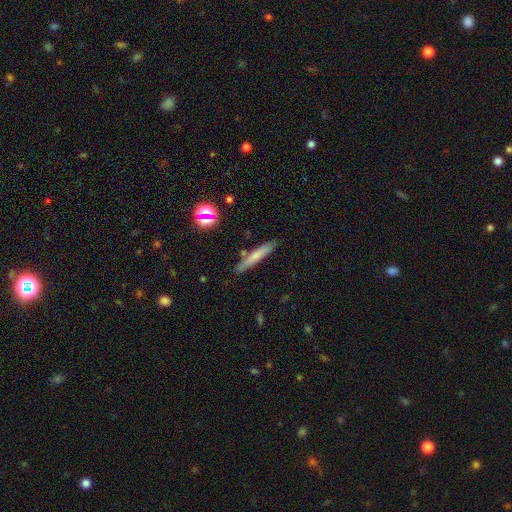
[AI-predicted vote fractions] A smooth galaxy with no disk features (66%) that is cigar-shaped (91%). Merging: none (83%).